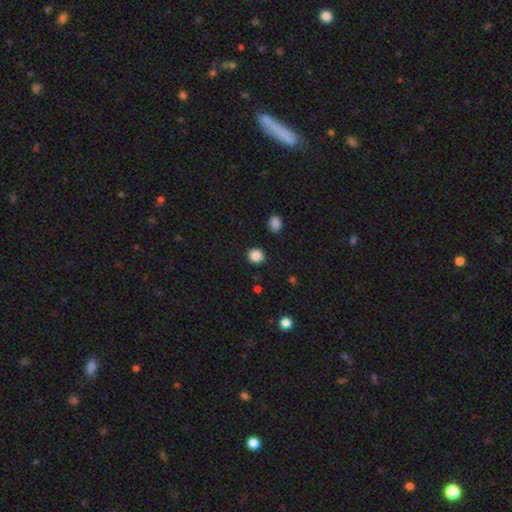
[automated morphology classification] smooth 87%, star or artifact 10%, featured or disk 3%. Down the decision tree: how rounded — round (87%); merging — none (90%).